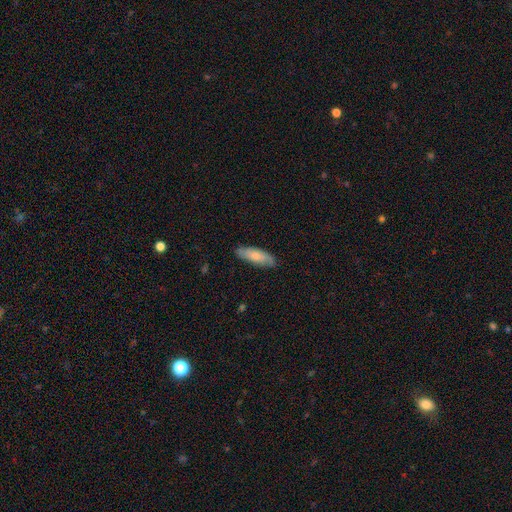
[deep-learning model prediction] smooth_or_featured: smooth (p=0.71) [alt: featured or disk p=0.24]
how_rounded: in between (p=0.57) [alt: cigar-shaped p=0.41]
merging: none (p=0.83) [alt: minor disturbance p=0.14]